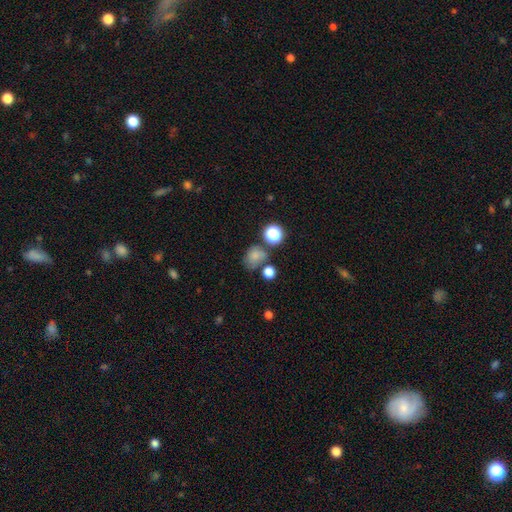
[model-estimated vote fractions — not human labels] smooth-or-featured: smooth: 73% | star or artifact: 17% | featured or disk: 11%
  how-rounded: round: 56% | in between: 43% | cigar-shaped: 1%
  merging: none: 49% | minor disturbance: 21% | merger: 19% | major disturbance: 10%